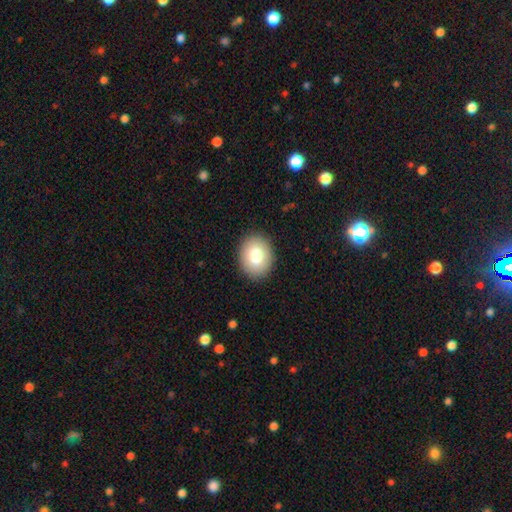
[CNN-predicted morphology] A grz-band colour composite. It shows a smooth galaxy with no disk features (79%) that is in between round and cigar-shaped (56%). Merging: none (90%).